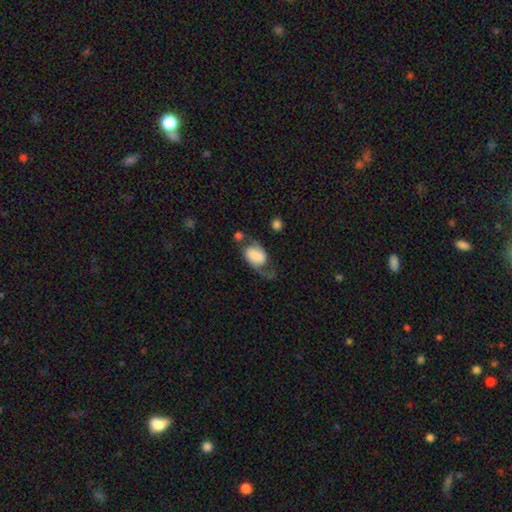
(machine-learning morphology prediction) Smooth or featured? featured or disk (56%)
Edge-on disk? no (96%)
Bar? no (49%)
Spiral arms? yes (89%)
Bulge size? none (24%)
Merging? none (44%)